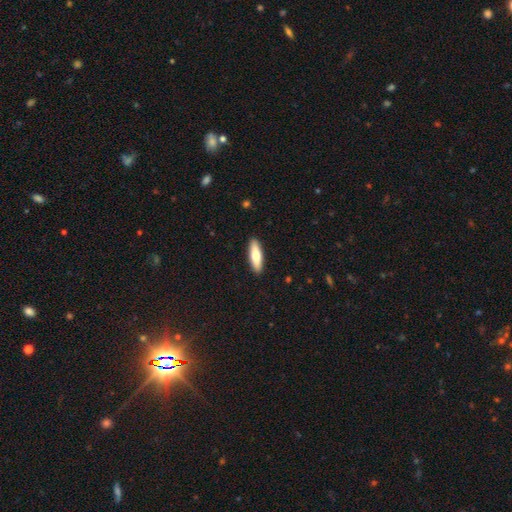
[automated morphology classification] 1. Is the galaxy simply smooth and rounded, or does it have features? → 71% smooth, 24% featured or disk, 5% star or artifact.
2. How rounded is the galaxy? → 60% cigar-shaped, 38% in between, 2% round.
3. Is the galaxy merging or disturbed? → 91% none, 7% minor disturbance, 1% major disturbance, 1% merger.